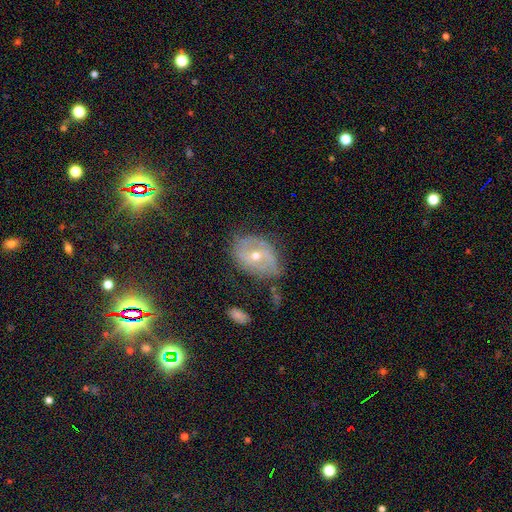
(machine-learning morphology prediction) Overall: featured or disk (68%). Edge-on disk: no (95%). Bar: no (43%; weak 38%). Spiral arms: yes (74%). Bulge size: moderate (51%; small 47%). Merging: none (59%; minor disturbance 27%).